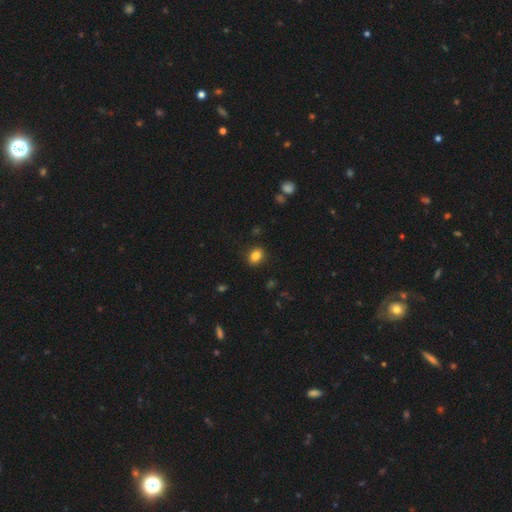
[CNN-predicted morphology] A smooth galaxy with no disk features (84%) that is in between round and cigar-shaped (71%). Merging: none (87%).